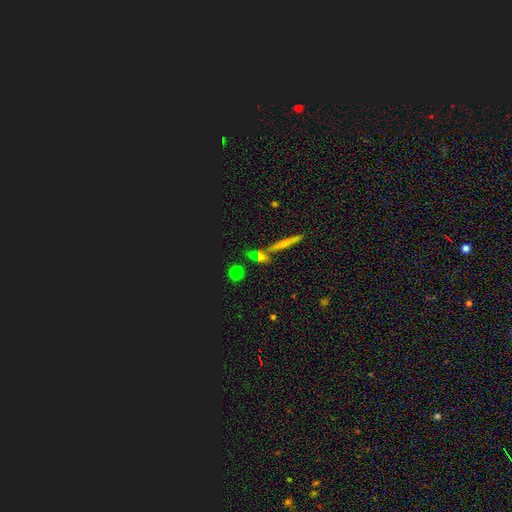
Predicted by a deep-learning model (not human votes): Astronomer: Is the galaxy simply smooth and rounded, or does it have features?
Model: smooth — 62%.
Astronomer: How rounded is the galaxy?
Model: round — 57%.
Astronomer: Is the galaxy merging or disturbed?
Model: none — 74%.